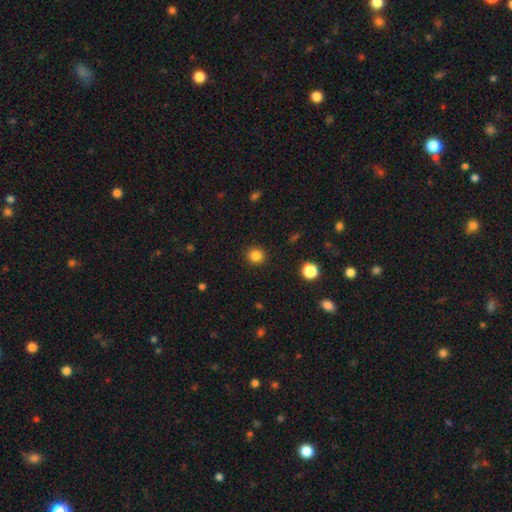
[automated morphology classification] smooth_or_featured: smooth (p=0.84) [alt: star or artifact p=0.12]
how_rounded: round (p=0.90) [alt: in between p=0.09]
merging: none (p=0.91) [alt: minor disturbance p=0.05]